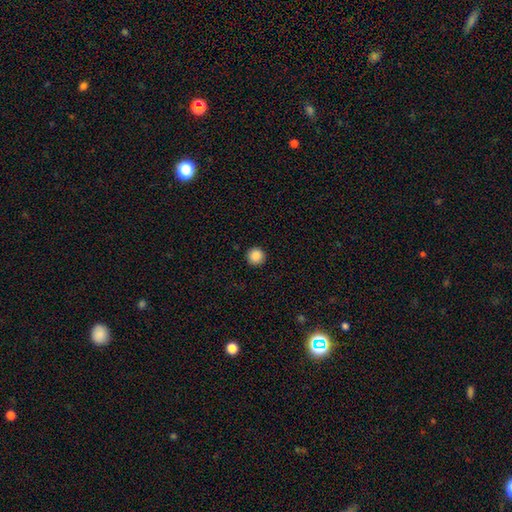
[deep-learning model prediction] This appears to be a smooth galaxy with no disk features (88%) that is round (96%). Merging: none (92%).